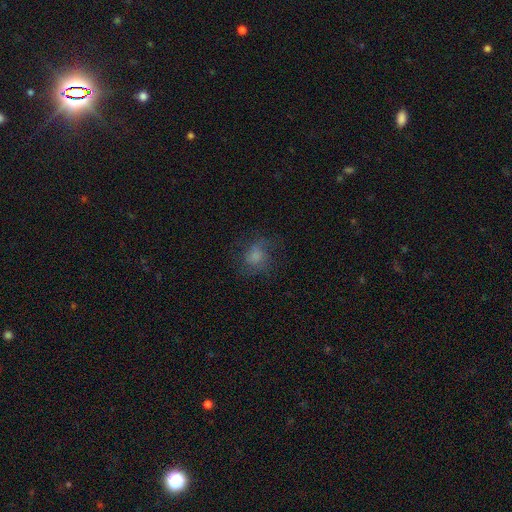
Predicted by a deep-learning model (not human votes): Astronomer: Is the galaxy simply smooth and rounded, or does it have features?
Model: smooth — 56%.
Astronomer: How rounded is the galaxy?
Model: round — 61% (runner-up: in between, 37%).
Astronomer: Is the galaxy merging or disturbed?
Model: none — 57%.